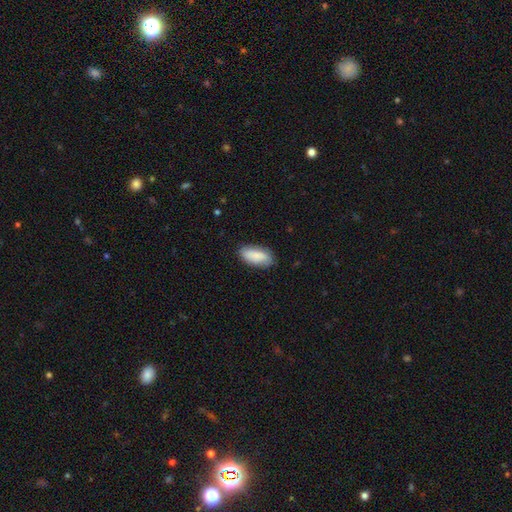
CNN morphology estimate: A smooth galaxy with no disk features (85%) that is in between round and cigar-shaped (90%). Merging: none (78%).